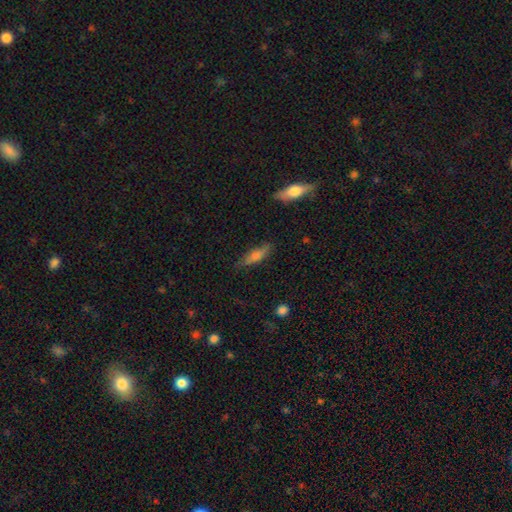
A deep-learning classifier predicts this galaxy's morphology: smooth_or_featured: smooth (p=0.60) [alt: featured or disk p=0.32]
how_rounded: cigar-shaped (p=0.64) [alt: in between p=0.34]
merging: none (p=0.79) [alt: minor disturbance p=0.16]